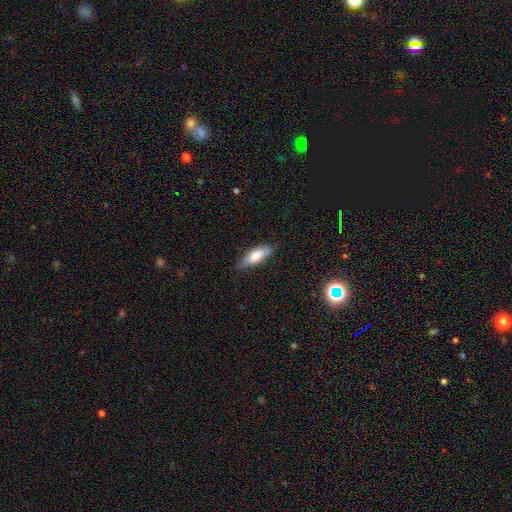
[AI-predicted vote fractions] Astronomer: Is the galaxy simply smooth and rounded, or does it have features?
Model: smooth — 72%.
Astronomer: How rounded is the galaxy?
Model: in between — 61% (runner-up: cigar-shaped, 37%).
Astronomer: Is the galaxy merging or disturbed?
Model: none — 76%.